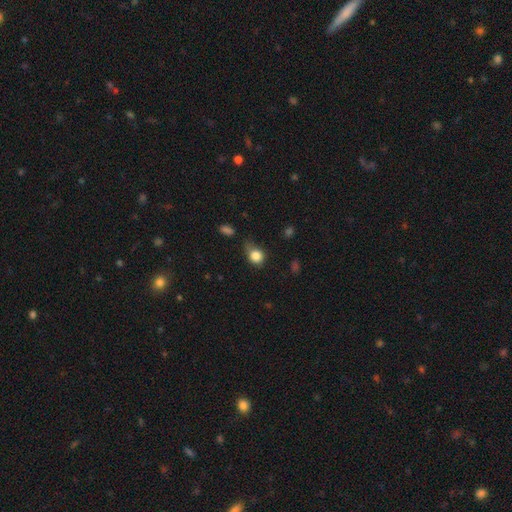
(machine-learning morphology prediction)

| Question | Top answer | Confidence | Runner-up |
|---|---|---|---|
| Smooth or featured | smooth | 83% | star or artifact (10%) |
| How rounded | round | 65% | in between (34%) |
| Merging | none | 42% | minor disturbance (39%) |